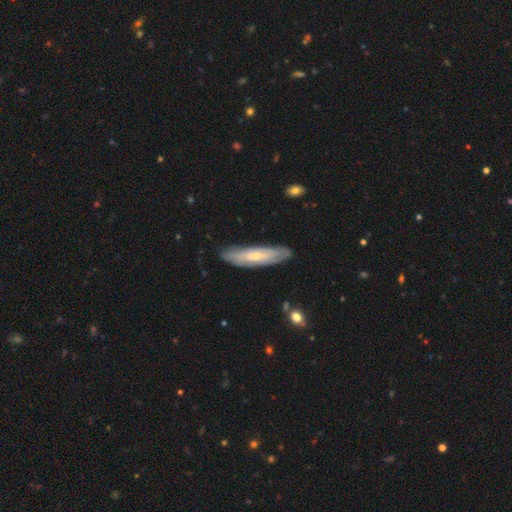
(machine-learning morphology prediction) A featured or disk galaxy (51%). Merging: none (84%).